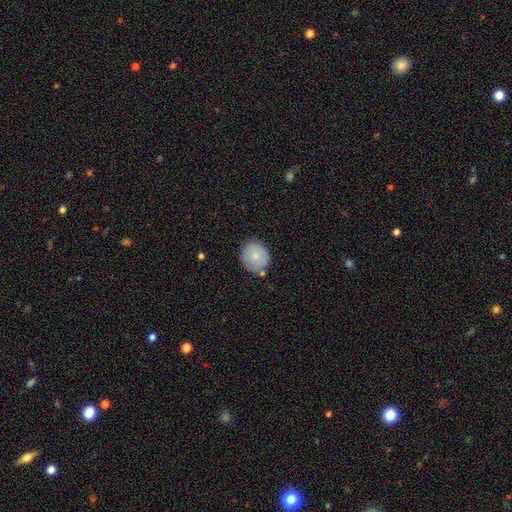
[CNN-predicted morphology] This is likely a smooth galaxy (79%). How rounded: likely round (68%). Merging: likely none (78%).